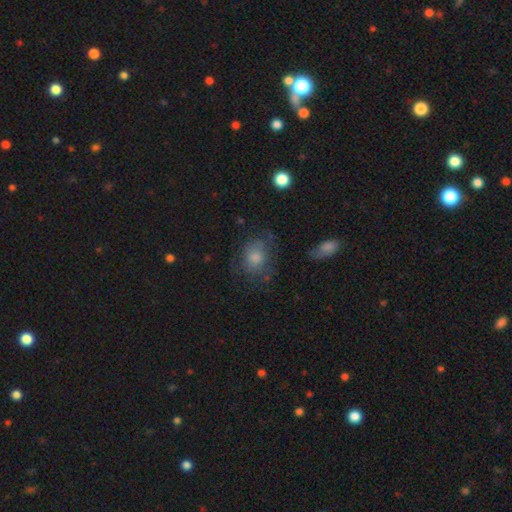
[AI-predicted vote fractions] Smooth or featured? smooth (57%)
How rounded? round (61%)
Merging? none (63%)